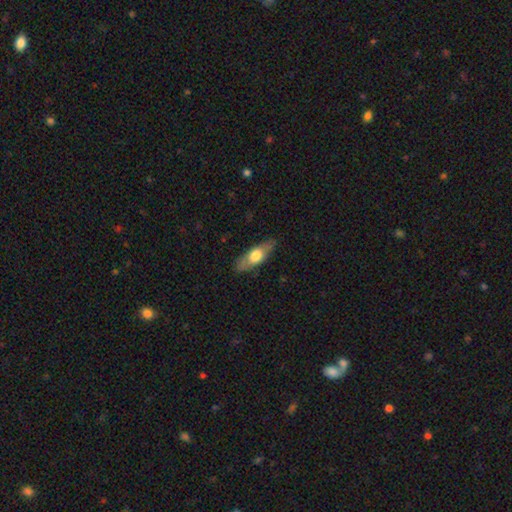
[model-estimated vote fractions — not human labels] Smooth or featured: smooth — 57% (featured or disk — 38%)
How rounded: in between — 60% (cigar-shaped — 37%)
Merging: none — 83% (minor disturbance — 13%)